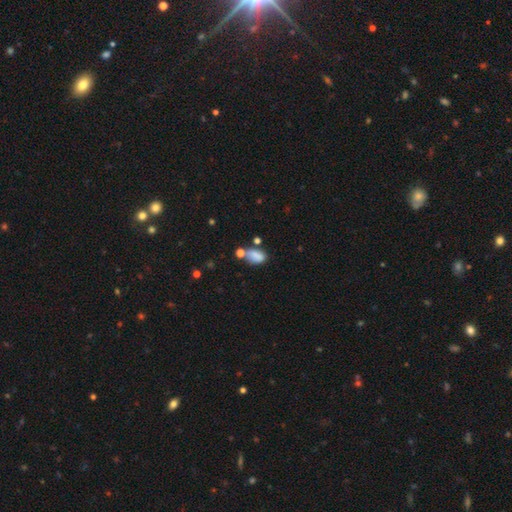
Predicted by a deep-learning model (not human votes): Smooth or featured? Predicted: smooth (p=0.77). How rounded? Predicted: in between (p=0.86). Merging? Predicted: none (p=0.39).